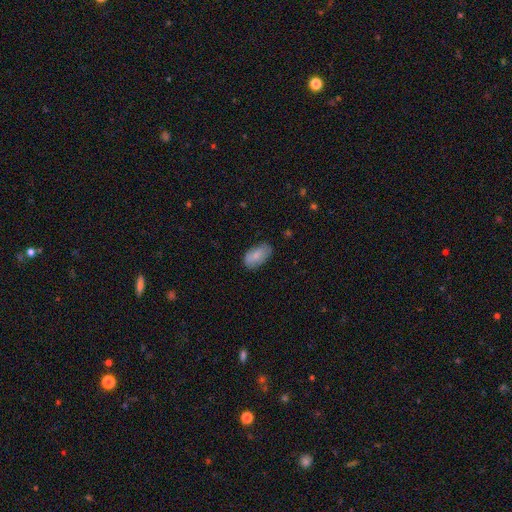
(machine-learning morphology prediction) Q: Smooth or featured?
A: smooth (80%); runner-up: featured or disk (14%)
Q: How rounded?
A: in between (93%); runner-up: round (4%)
Q: Merging?
A: none (73%); runner-up: minor disturbance (22%)